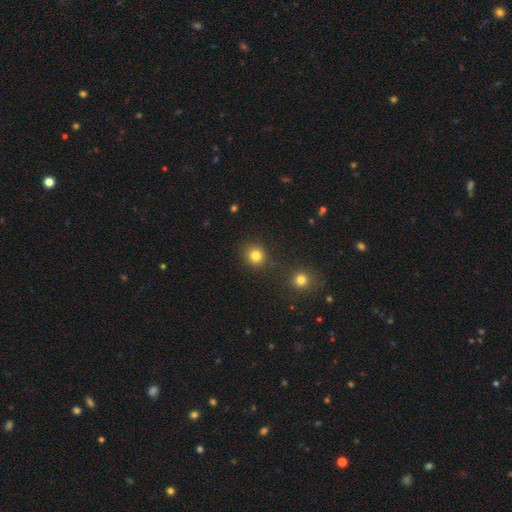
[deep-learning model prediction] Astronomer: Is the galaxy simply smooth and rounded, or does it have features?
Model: smooth — 82%.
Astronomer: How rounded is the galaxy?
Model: round — 88%.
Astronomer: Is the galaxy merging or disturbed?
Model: none — 86%.